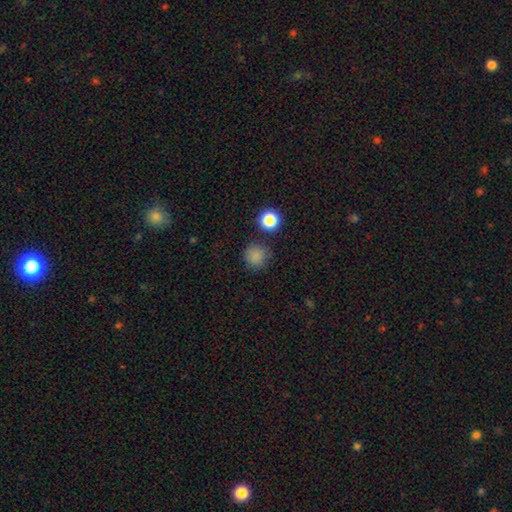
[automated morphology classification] smooth 82%, star or artifact 14%, featured or disk 4%. Down the decision tree: how rounded — round (94%); merging — none (84%).